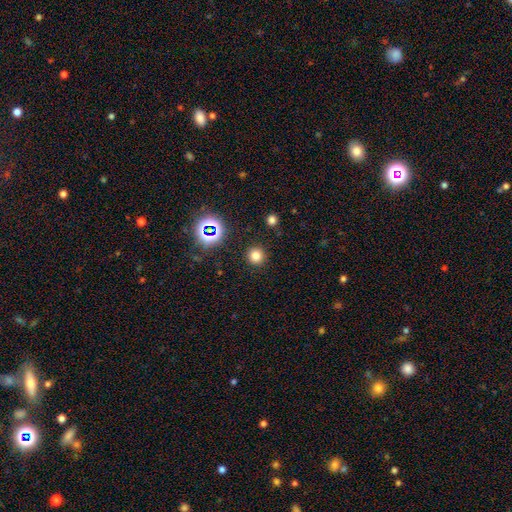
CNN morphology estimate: This is likely a smooth galaxy (74%). How rounded: clearly round (94%). Merging: clearly none (91%).